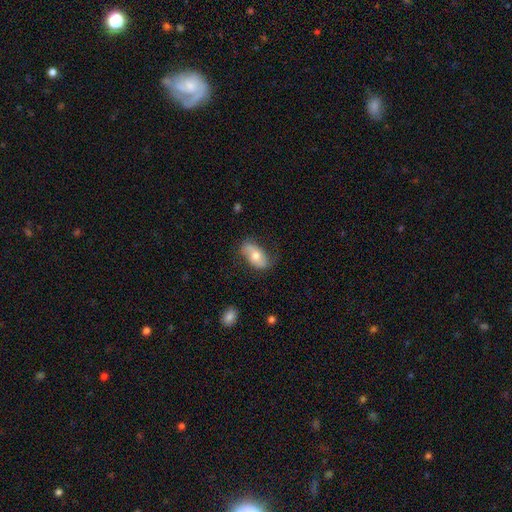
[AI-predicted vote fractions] smooth-or-featured: smooth: 56% | featured or disk: 37% | star or artifact: 7%
  how-rounded: in between: 91% | cigar-shaped: 5% | round: 4%
  merging: none: 69% | minor disturbance: 22% | major disturbance: 7% | merger: 2%